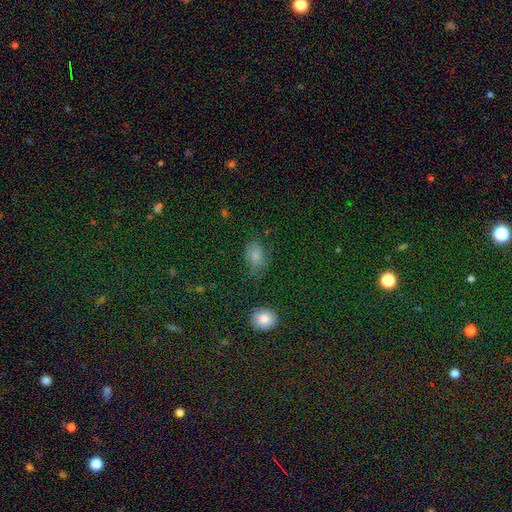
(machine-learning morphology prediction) smooth_or_featured: smooth (p=0.78) [alt: star or artifact p=0.15]
how_rounded: in between (p=0.82) [alt: round p=0.16]
merging: none (p=0.60) [alt: minor disturbance p=0.27]